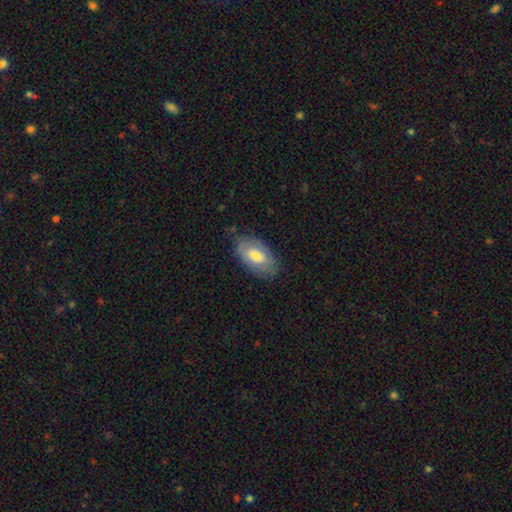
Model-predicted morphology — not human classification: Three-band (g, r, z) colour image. It shows a smooth galaxy with no disk features (67%) that is in between round and cigar-shaped (94%). Merging: none (76%).